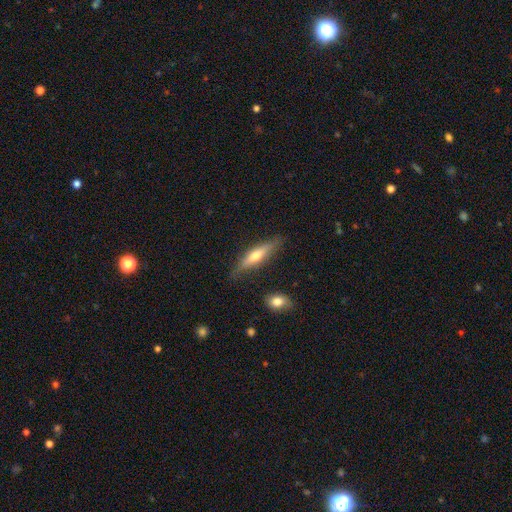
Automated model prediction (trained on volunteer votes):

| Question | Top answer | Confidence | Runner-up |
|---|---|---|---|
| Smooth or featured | featured or disk | 49% | smooth (45%) |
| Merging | none | 81% | minor disturbance (14%) |